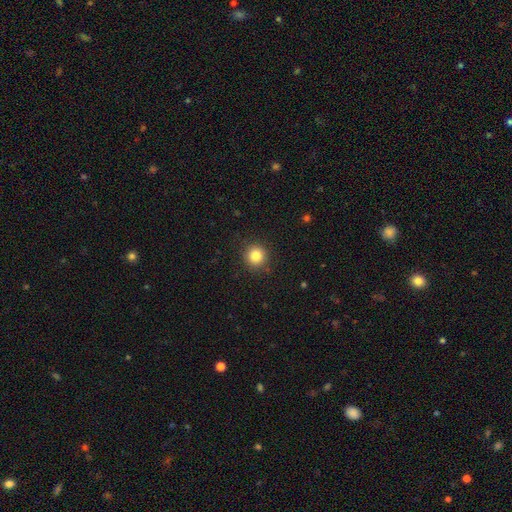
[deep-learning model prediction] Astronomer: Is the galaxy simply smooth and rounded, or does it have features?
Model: smooth — 84%.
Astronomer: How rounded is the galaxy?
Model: round — 94%.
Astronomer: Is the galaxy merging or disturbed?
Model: none — 90%.